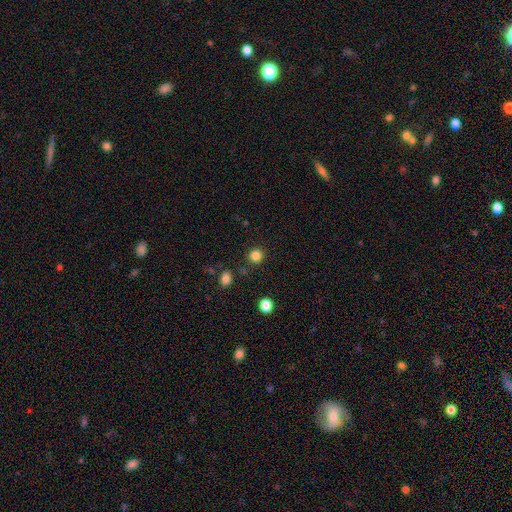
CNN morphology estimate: Q: Smooth or featured?
A: smooth (84%); runner-up: star or artifact (12%)
Q: How rounded?
A: round (91%); runner-up: in between (8%)
Q: Merging?
A: none (88%); runner-up: minor disturbance (7%)